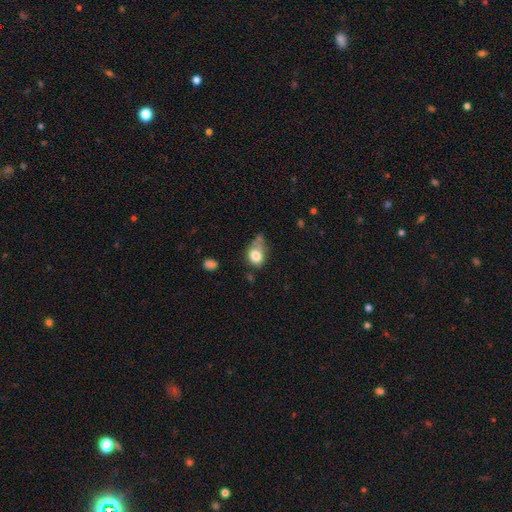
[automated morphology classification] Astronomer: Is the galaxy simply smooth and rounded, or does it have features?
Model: smooth — 78%.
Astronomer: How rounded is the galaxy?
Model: in between — 56% (runner-up: round, 42%).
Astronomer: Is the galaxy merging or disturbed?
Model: none — 34% (runner-up: minor disturbance, 29%).